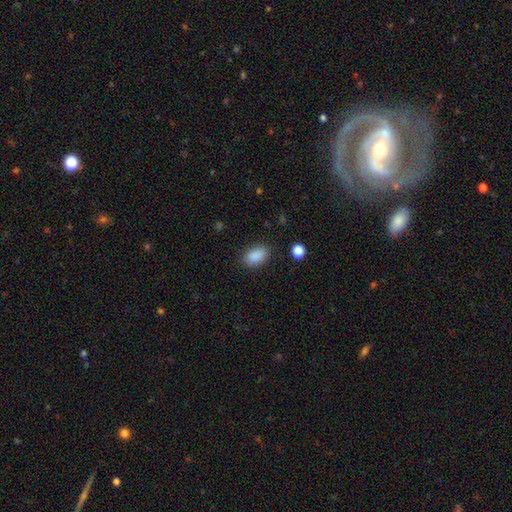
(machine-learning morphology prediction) A smooth galaxy with no disk features (89%) that is in between round and cigar-shaped (91%). Merging: none (85%).